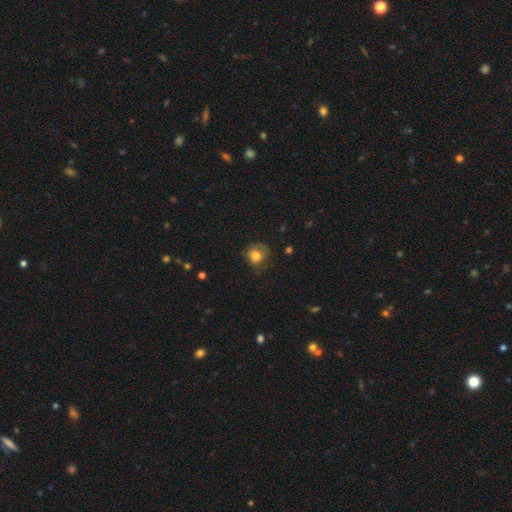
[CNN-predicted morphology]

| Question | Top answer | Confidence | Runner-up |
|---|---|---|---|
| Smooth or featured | smooth | 74% | featured or disk (17%) |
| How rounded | round | 79% | in between (20%) |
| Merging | none | 57% | minor disturbance (27%) |